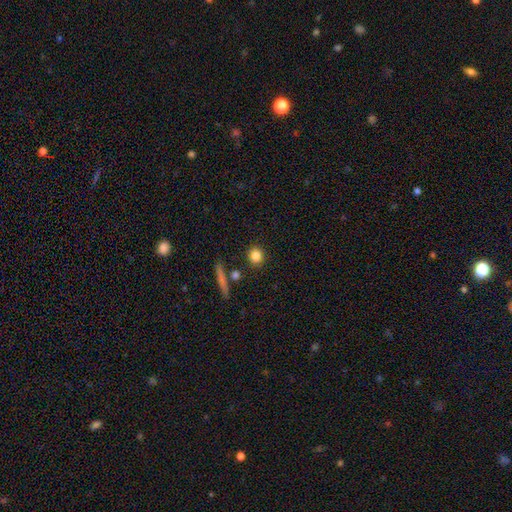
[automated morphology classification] Smooth or featured: smooth — 83% (star or artifact — 10%)
How rounded: round — 89% (in between — 9%)
Merging: none — 87% (minor disturbance — 7%)